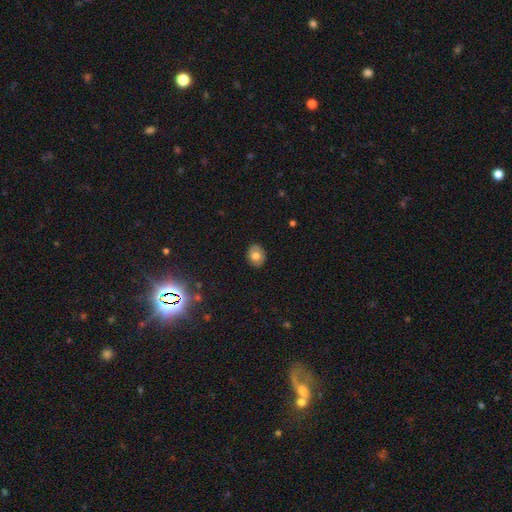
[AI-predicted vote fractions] A smooth galaxy with no disk features (72%) that is round (55%). Merging: none (88%).